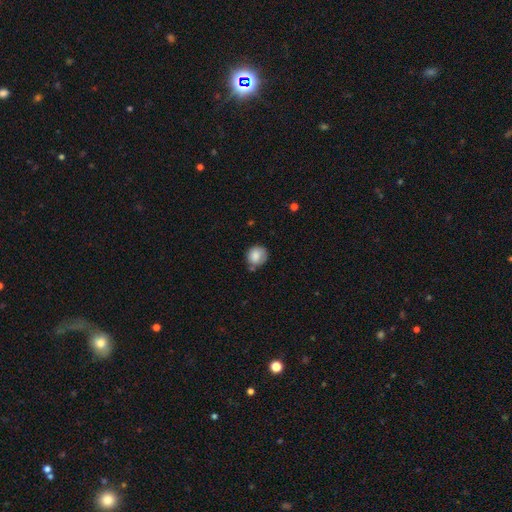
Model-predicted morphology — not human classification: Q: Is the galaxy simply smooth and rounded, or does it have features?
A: smooth — 81%.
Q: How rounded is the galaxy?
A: round — 80%.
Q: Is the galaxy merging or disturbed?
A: none — 61%.